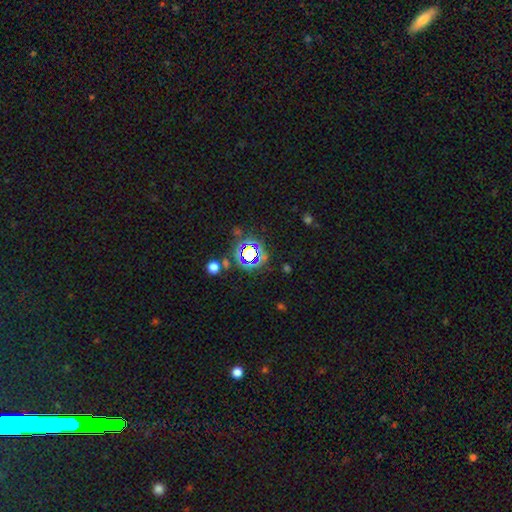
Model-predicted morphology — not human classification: Smooth or featured: star or artifact — 74% (smooth — 16%)